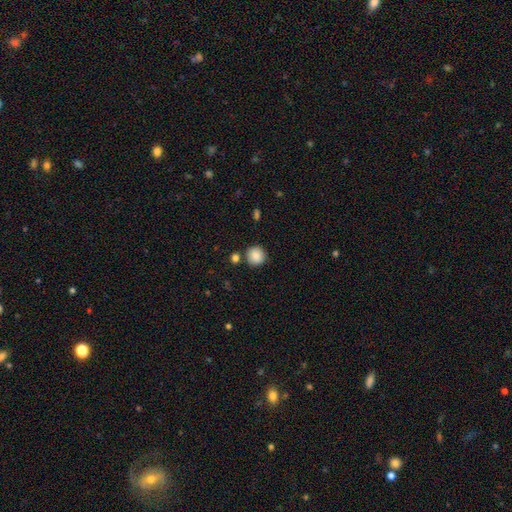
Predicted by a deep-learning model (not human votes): Smooth or featured? Predicted: smooth (p=0.87). How rounded? Predicted: round (p=0.94). Merging? Predicted: none (p=0.85).